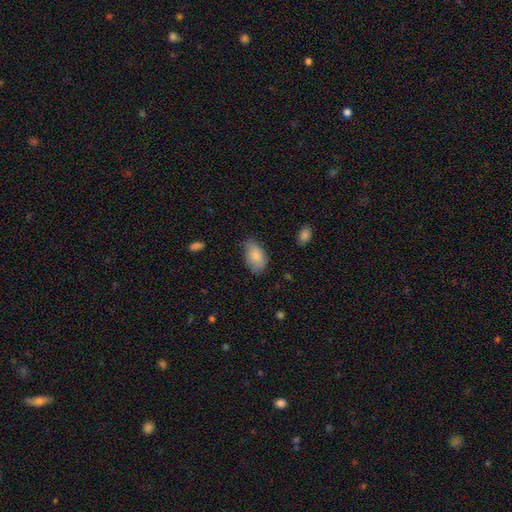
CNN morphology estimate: type=smooth (83%); roundness=in between (93%); merging=none (62%).